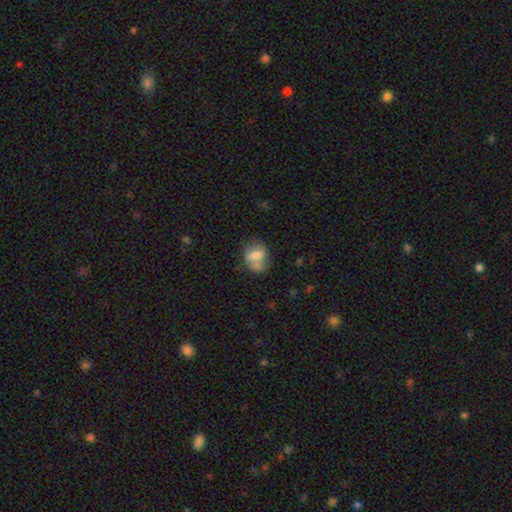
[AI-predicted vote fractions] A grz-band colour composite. It shows a smooth galaxy with no disk features (64%) that is in between round and cigar-shaped (54%). Merging: none (44%).